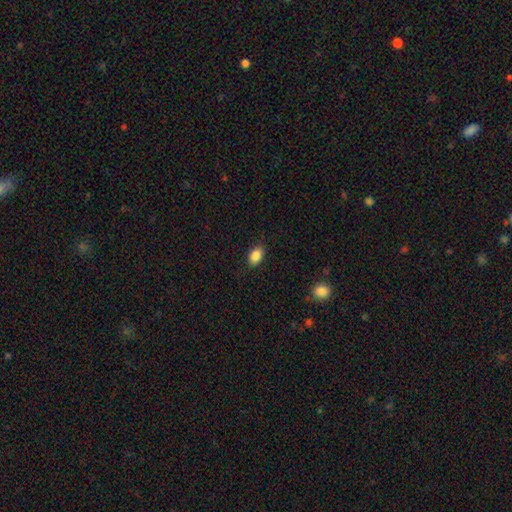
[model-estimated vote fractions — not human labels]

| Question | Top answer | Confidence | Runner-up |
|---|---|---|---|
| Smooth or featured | smooth | 87% | star or artifact (8%) |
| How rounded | in between | 83% | round (16%) |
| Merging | none | 85% | minor disturbance (11%) |